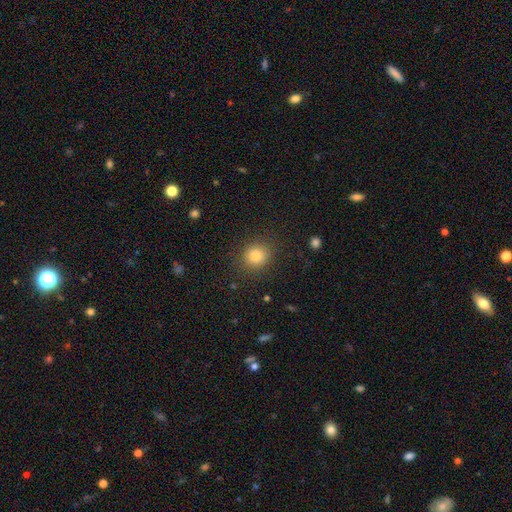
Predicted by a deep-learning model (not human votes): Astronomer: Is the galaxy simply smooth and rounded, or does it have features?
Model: smooth — 82%.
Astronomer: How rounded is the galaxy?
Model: round — 83%.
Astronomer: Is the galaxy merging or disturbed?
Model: none — 87%.